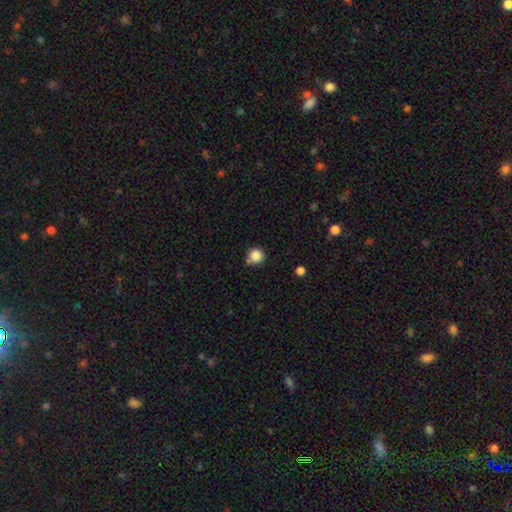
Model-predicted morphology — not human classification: Smooth or featured? smooth (86%)
How rounded? round (93%)
Merging? none (73%)